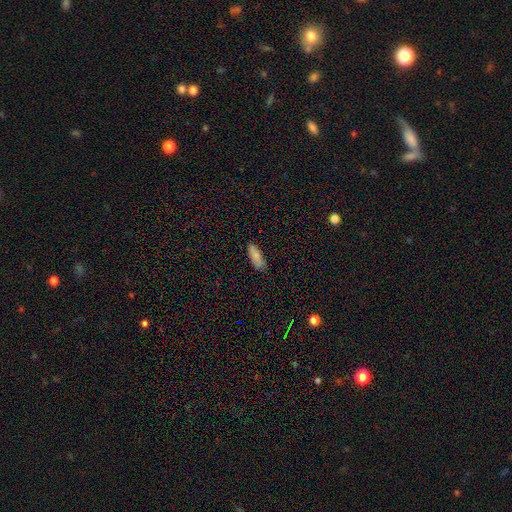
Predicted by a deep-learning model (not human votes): This appears to be a smooth galaxy with no disk features (83%) that is in between round and cigar-shaped (72%). Merging: none (81%).